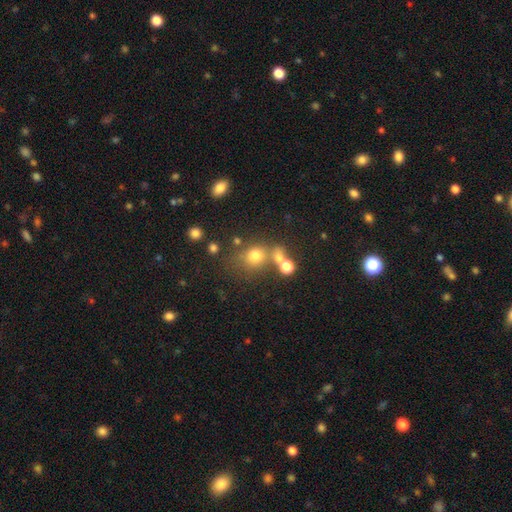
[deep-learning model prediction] Overall: smooth (69%). How rounded: round (72%). Merging: none (51%; merger 27%).